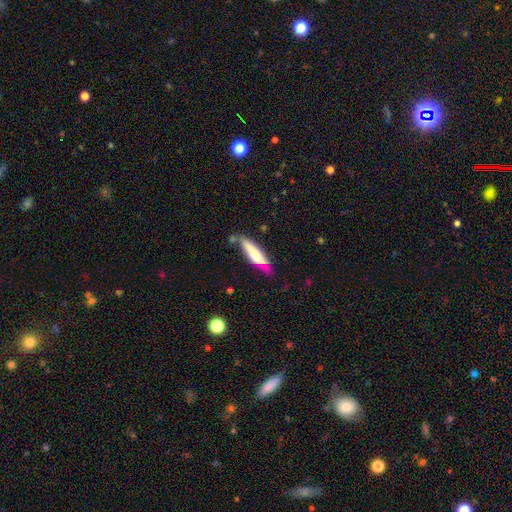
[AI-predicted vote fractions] smooth_or_featured: smooth (p=0.55) [alt: featured or disk p=0.39]
how_rounded: cigar-shaped (p=0.70) [alt: in between p=0.28]
merging: none (p=0.60) [alt: minor disturbance p=0.25]